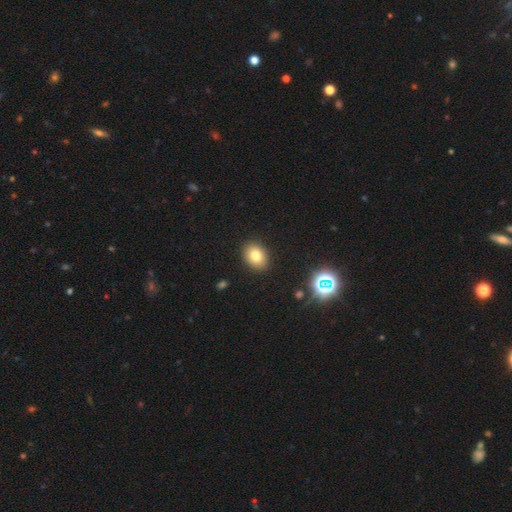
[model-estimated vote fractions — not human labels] Overall: smooth (78%). How rounded: in between (62%; round 37%). Merging: none (89%).